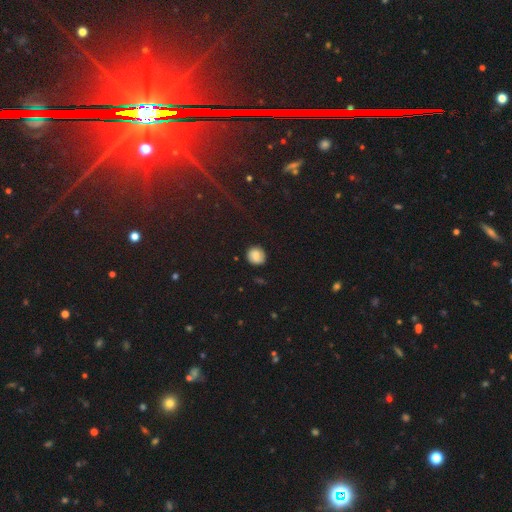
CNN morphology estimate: type=smooth (73%); roundness=round (88%); merging=none (83%).